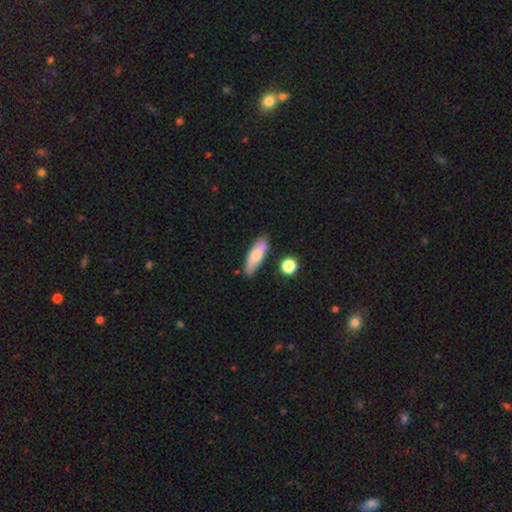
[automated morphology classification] This is likely a smooth galaxy (72%). How rounded: possibly in between (50%). Merging: likely none (70%).